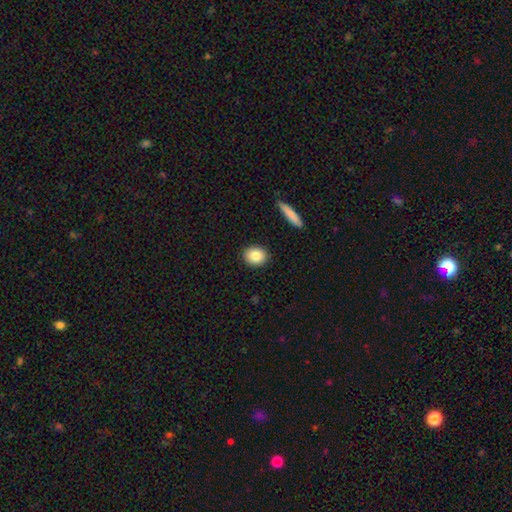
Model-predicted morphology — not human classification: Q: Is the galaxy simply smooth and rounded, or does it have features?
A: smooth — 84%.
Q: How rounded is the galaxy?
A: round — 64%.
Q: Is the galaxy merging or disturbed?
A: none — 91%.